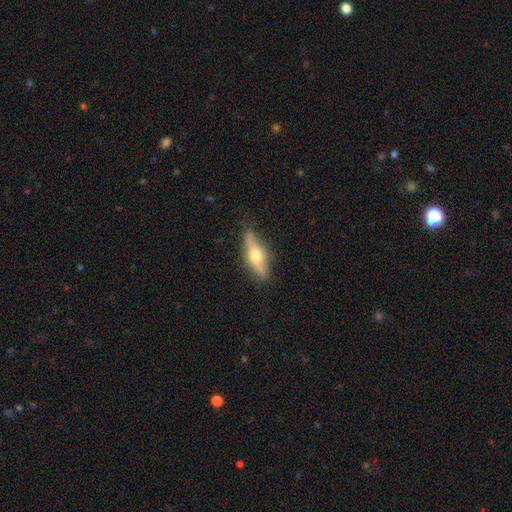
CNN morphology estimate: Overall: featured or disk (57%; smooth 36%). Edge-on disk: yes (85%). Merging: none (79%).